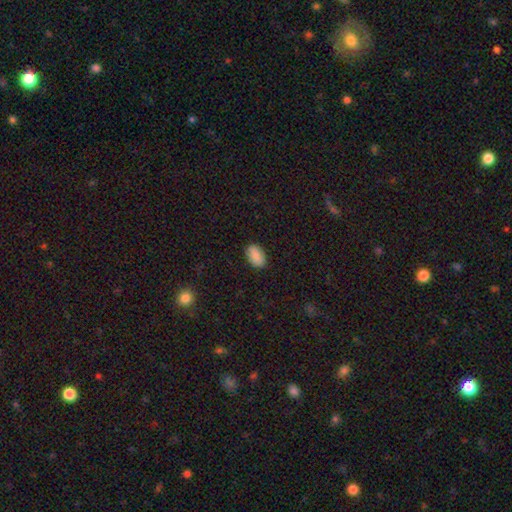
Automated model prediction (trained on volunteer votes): Overall: smooth (87%). How rounded: in between (92%). Merging: none (88%).